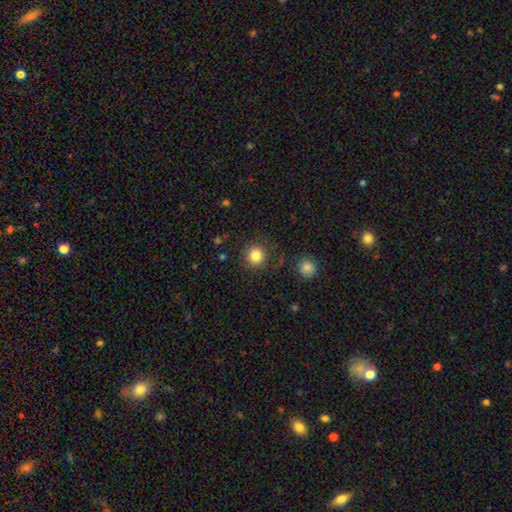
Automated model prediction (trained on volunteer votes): smooth-or-featured: smooth: 84% | star or artifact: 11% | featured or disk: 5%
  how-rounded: round: 92% | in between: 7% | cigar-shaped: 1%
  merging: none: 86% | minor disturbance: 8% | major disturbance: 3% | merger: 2%